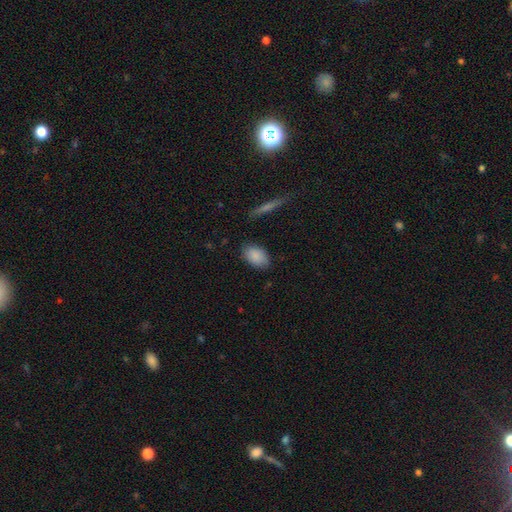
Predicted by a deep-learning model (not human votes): smooth_or_featured: smooth (p=0.88) [alt: star or artifact p=0.06]
how_rounded: in between (p=0.91) [alt: round p=0.07]
merging: none (p=0.82) [alt: minor disturbance p=0.13]